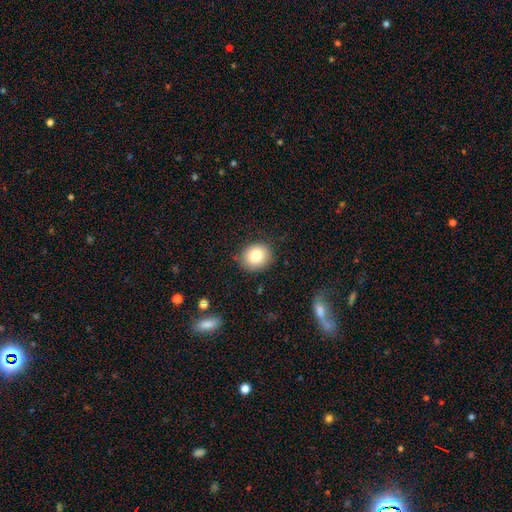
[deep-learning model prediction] Smooth or featured?
  - smooth: 80% *
  - featured or disk: 10%
  - star or artifact: 10%
How rounded?
  - round: 76% *
  - in between: 23%
  - cigar-shaped: 1%
Merging?
  - none: 85% *
  - minor disturbance: 11%
  - major disturbance: 3%
  - merger: 1%